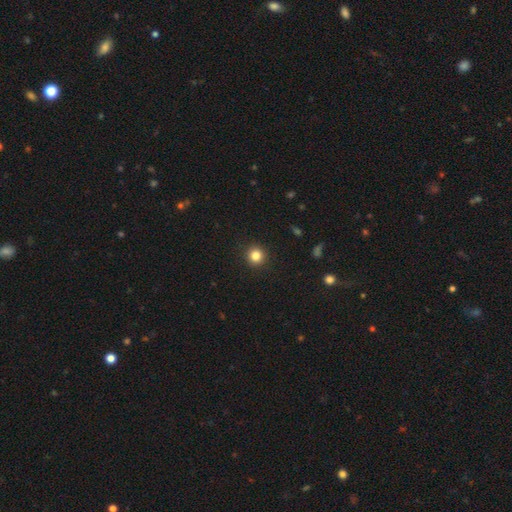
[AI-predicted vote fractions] This is clearly a smooth galaxy (83%). How rounded: clearly round (94%). Merging: clearly none (93%).